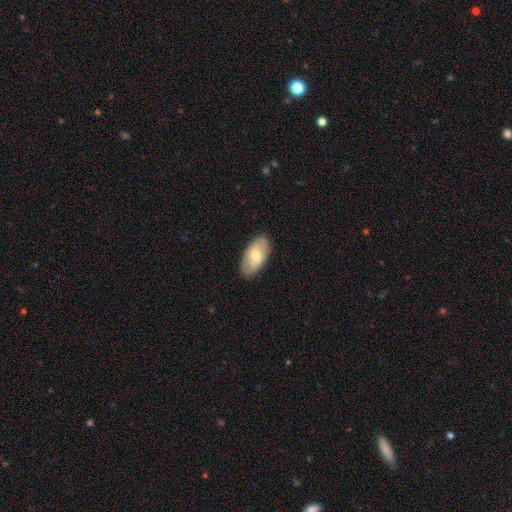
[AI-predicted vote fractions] A smooth galaxy with no disk features (64%) that is in between round and cigar-shaped (93%).

Vote fractions:
- Smooth or featured? smooth: 64% / featured or disk: 30% / star or artifact: 6%
- How rounded? in between: 93% / round: 3% / cigar-shaped: 3%
- Merging? none: 83% / minor disturbance: 13% / major disturbance: 3% / merger: 1%